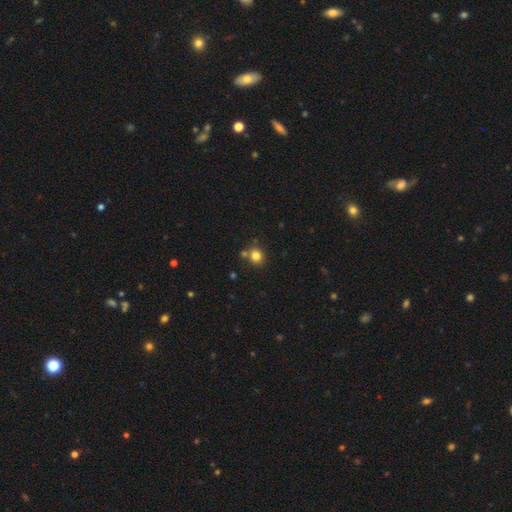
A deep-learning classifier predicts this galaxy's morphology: Smooth or featured? Predicted: smooth (p=0.81). How rounded? Predicted: round (p=0.84). Merging? Predicted: none (p=0.73).